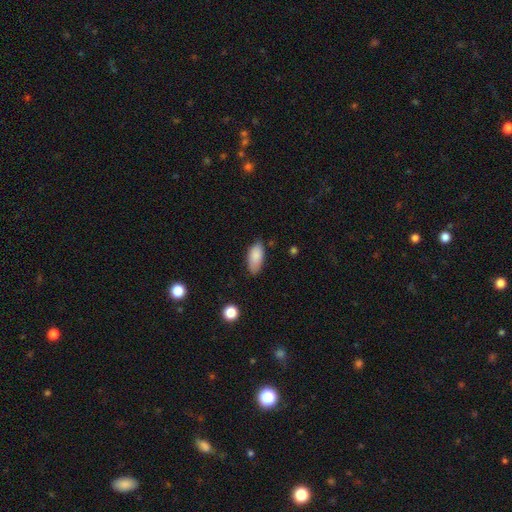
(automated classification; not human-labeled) smooth_or_featured: smooth (p=0.87) [alt: star or artifact p=0.07]
how_rounded: in between (p=0.89) [alt: cigar-shaped p=0.08]
merging: none (p=0.71) [alt: minor disturbance p=0.23]